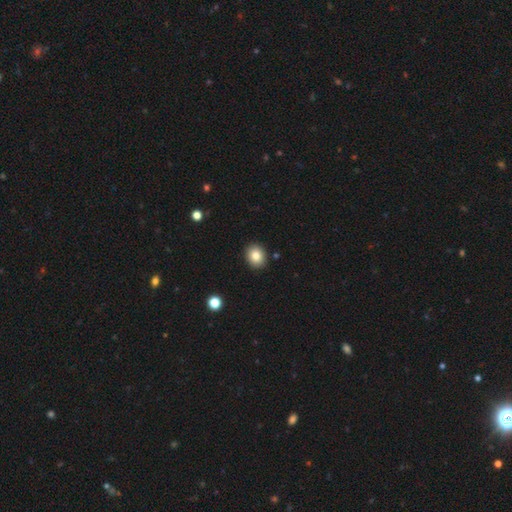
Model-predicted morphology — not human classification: smooth_or_featured: smooth (p=0.83) [alt: star or artifact p=0.09]
how_rounded: round (p=0.60) [alt: in between p=0.39]
merging: none (p=0.90) [alt: minor disturbance p=0.07]